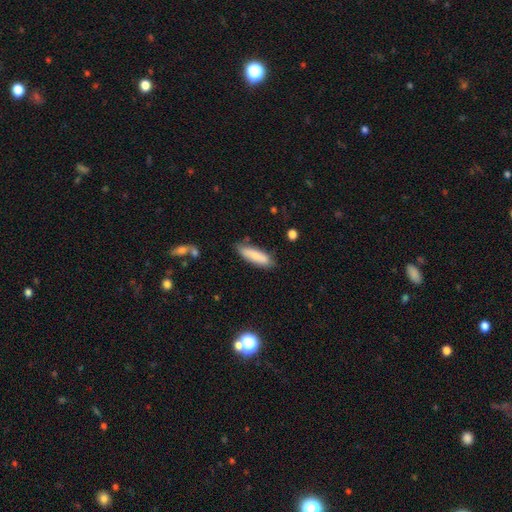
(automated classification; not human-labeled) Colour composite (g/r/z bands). It shows a smooth galaxy with no disk features (81%) that is cigar-shaped (54%). Merging: none (75%).